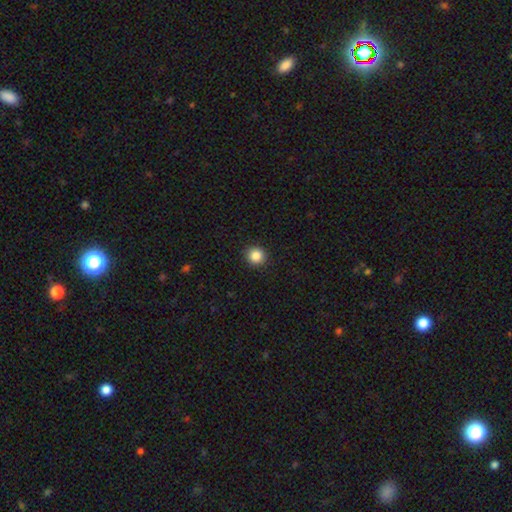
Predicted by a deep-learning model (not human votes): Smooth or featured: smooth — 86% (star or artifact — 10%)
How rounded: round — 94% (in between — 5%)
Merging: none — 93% (minor disturbance — 5%)